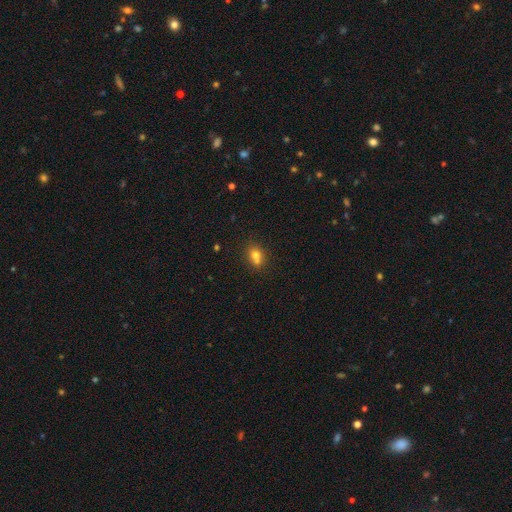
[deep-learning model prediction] Smooth or featured?
  - smooth: 70% *
  - featured or disk: 16%
  - star or artifact: 14%
How rounded?
  - round: 57% *
  - in between: 41%
  - cigar-shaped: 2%
Merging?
  - none: 47% *
  - merger: 37%
  - minor disturbance: 12%
  - major disturbance: 4%